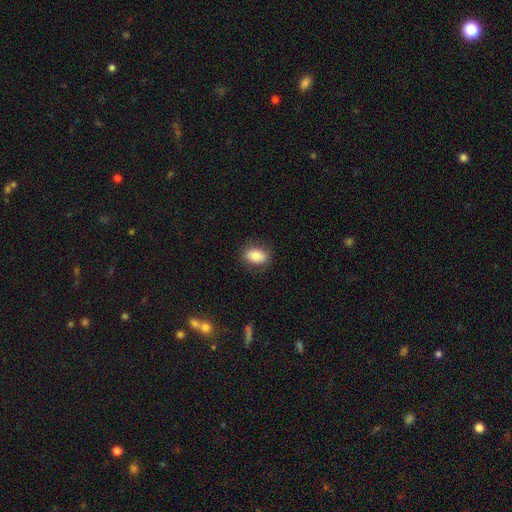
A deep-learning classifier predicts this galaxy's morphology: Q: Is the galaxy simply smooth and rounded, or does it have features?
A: smooth — 81%.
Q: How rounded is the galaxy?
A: in between — 79%.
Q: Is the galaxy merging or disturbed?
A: none — 84%.